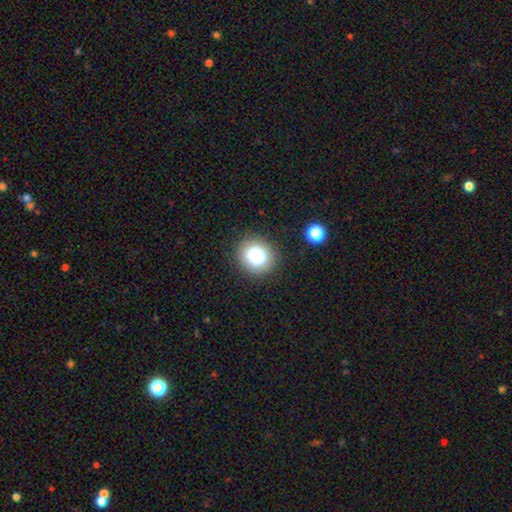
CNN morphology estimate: A smooth galaxy with no disk features (80%) that is round (85%). Merging: none (89%).